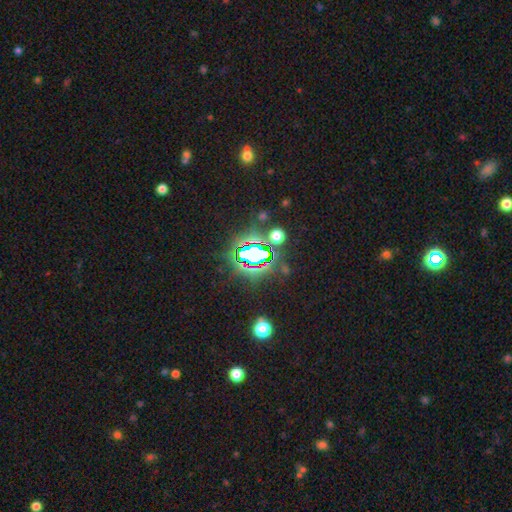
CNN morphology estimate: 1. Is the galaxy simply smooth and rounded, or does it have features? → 74% star or artifact, 16% smooth, 10% featured or disk.